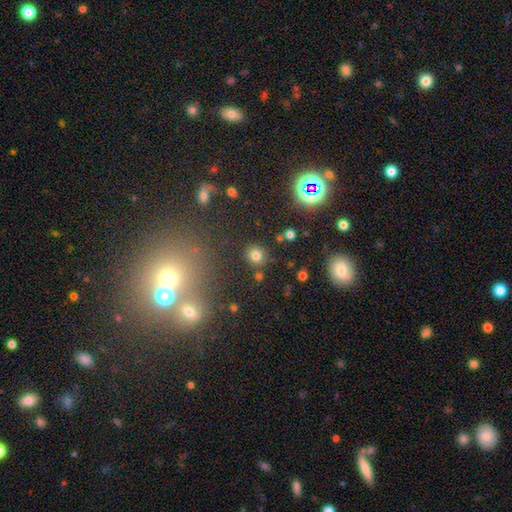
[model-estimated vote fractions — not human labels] This appears to be a smooth galaxy with no disk features (78%) that is round (87%). Merging: none (84%).